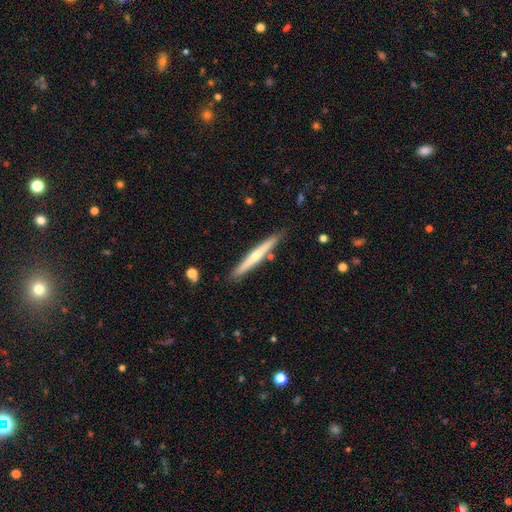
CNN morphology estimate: Smooth or featured: featured or disk — 58% (smooth — 37%)
Edge-on disk: yes — 97% (no — 3%)
Edge-on bulge: rounded — 70% (none — 26%)
Merging: none — 87% (minor disturbance — 9%)